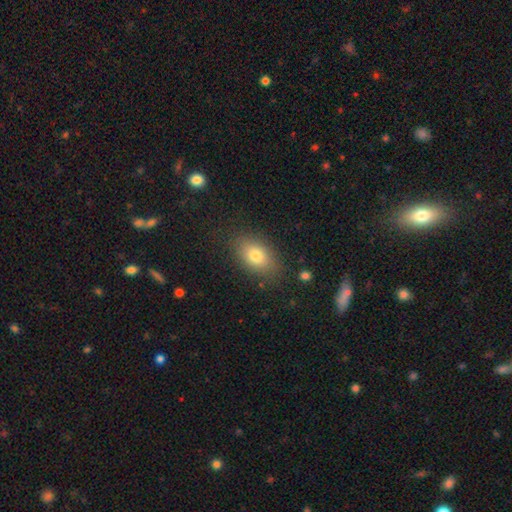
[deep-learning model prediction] This appears to be a smooth galaxy with no disk features (79%) that is in between round and cigar-shaped (86%). Merging: none (82%).